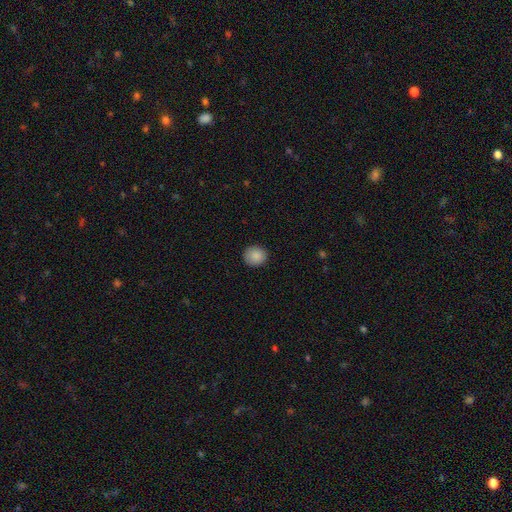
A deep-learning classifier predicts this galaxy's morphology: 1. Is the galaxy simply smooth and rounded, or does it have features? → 88% smooth, 8% star or artifact, 4% featured or disk.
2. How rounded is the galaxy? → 86% round, 13% in between, 1% cigar-shaped.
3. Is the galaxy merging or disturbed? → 89% none, 8% minor disturbance, 2% major disturbance, 1% merger.